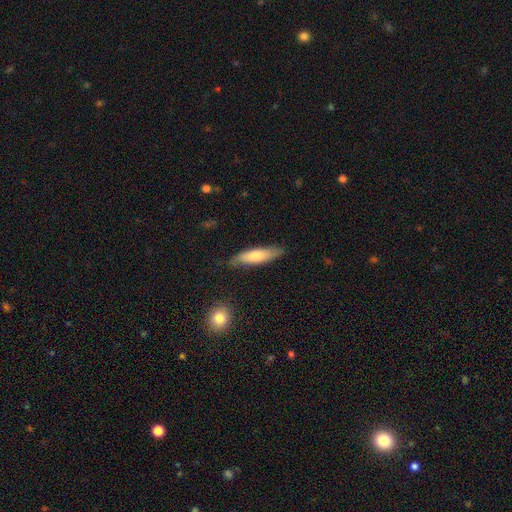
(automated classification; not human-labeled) This is likely a smooth galaxy (68%). How rounded: likely cigar-shaped (67%). Merging: clearly none (82%).